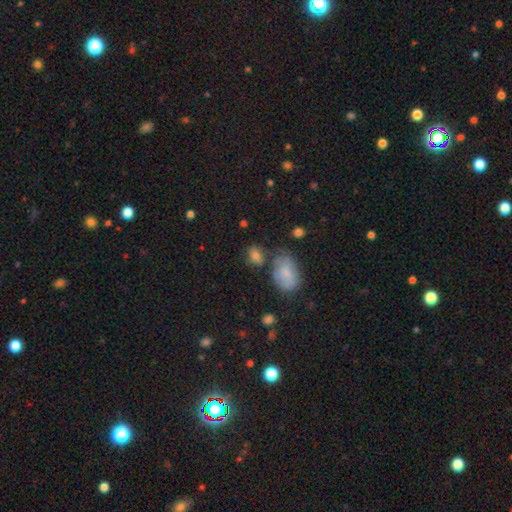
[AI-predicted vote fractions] A smooth galaxy with no disk features (76%) that is in between round and cigar-shaped (69%). Merging: none (59%).